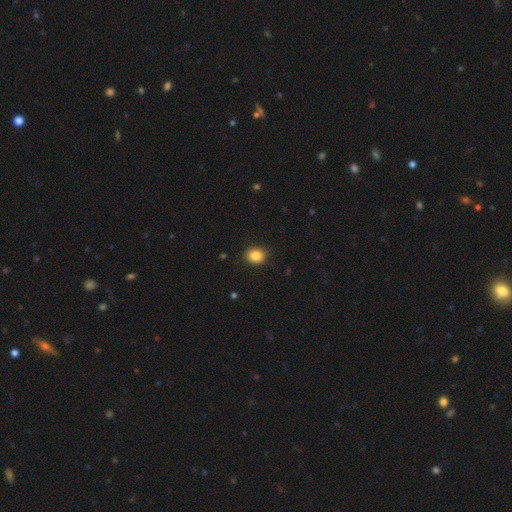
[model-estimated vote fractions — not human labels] Smooth or featured? smooth (85%)
How rounded? round (63%)
Merging? none (89%)